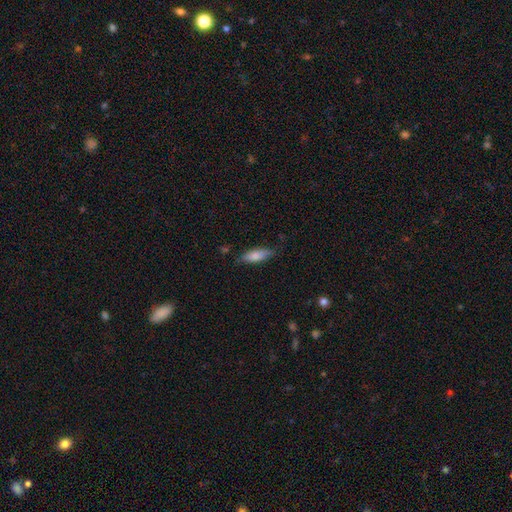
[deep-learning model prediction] smooth-or-featured: smooth: 79% | featured or disk: 15% | star or artifact: 6%
  how-rounded: in between: 59% | cigar-shaped: 39% | round: 2%
  merging: none: 76% | minor disturbance: 18% | major disturbance: 4% | merger: 2%